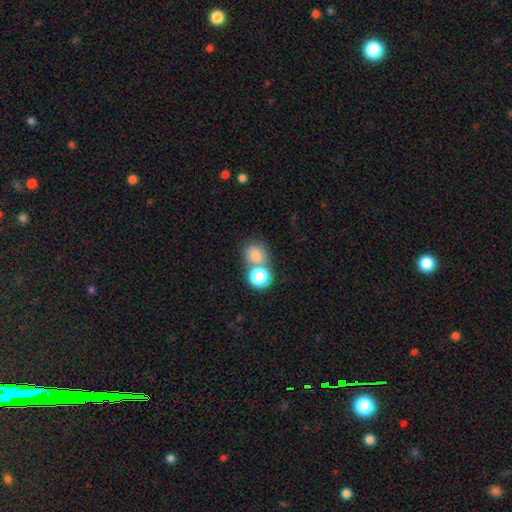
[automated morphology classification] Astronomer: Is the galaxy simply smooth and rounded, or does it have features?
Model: smooth — 78%.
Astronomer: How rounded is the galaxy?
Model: round — 74%.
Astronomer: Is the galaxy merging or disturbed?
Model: none — 48% (runner-up: merger, 39%).